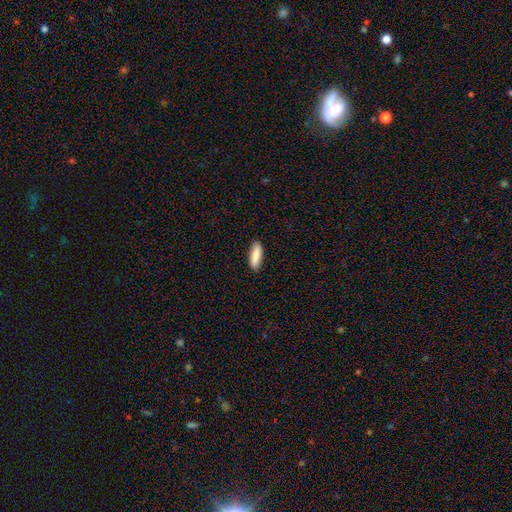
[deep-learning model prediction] A smooth galaxy with no disk features (86%) that is in between round and cigar-shaped (50%).

Vote fractions:
- Smooth or featured? smooth: 86% / featured or disk: 9% / star or artifact: 6%
- How rounded? in between: 50% / cigar-shaped: 48% / round: 2%
- Merging? none: 87% / minor disturbance: 10% / major disturbance: 2% / merger: 1%